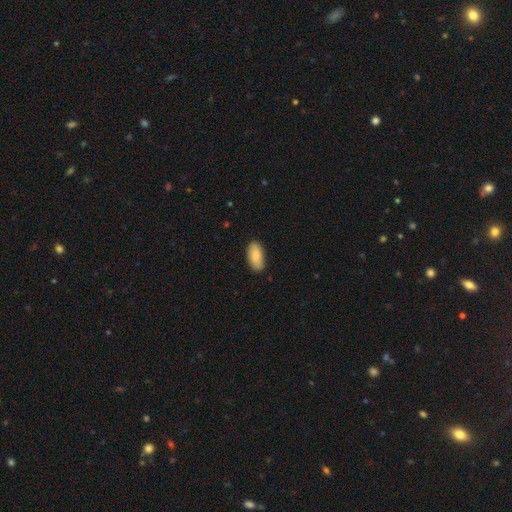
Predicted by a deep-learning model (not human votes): Smooth or featured? smooth (84%)
How rounded? in between (92%)
Merging? none (87%)